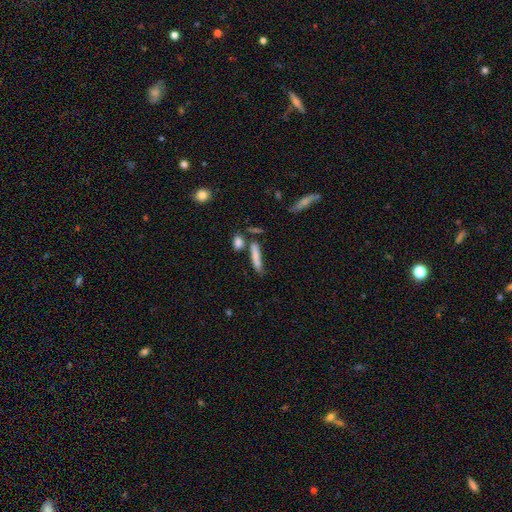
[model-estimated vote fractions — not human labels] smooth 73%, featured or disk 19%, star or artifact 9%. Down the decision tree: how rounded — cigar-shaped (79%); merging — none (57%).